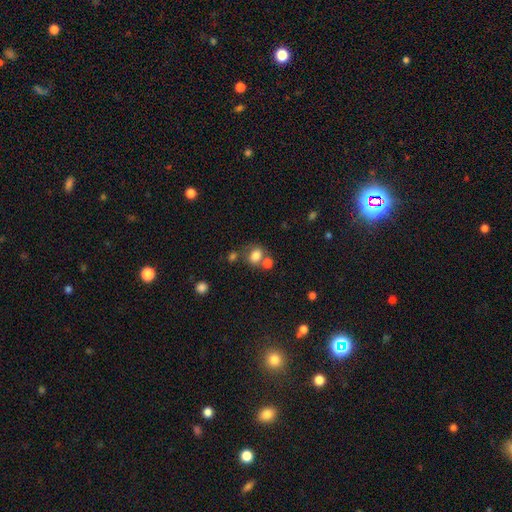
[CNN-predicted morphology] Overall: smooth (79%). How rounded: in between (54%; round 45%). Merging: none (48%; merger 32%).